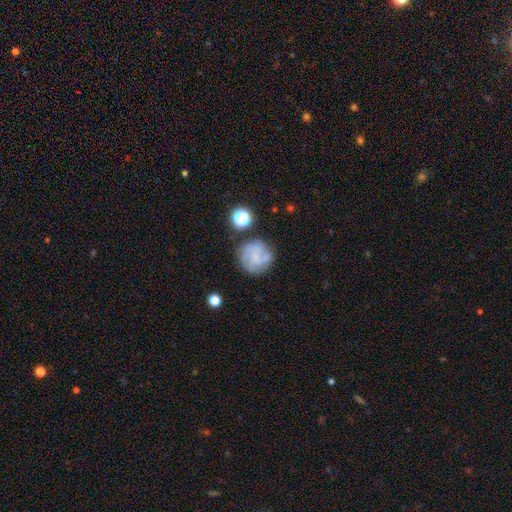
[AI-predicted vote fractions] Overall: smooth (45%; featured or disk 44%). Merging: none (64%).